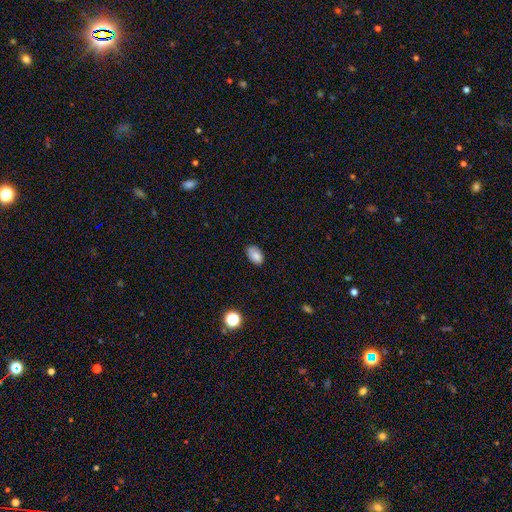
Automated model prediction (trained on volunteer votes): smooth-or-featured: smooth: 82% | star or artifact: 9% | featured or disk: 9%
  how-rounded: in between: 90% | round: 8% | cigar-shaped: 1%
  merging: none: 76% | minor disturbance: 19% | major disturbance: 4% | merger: 2%